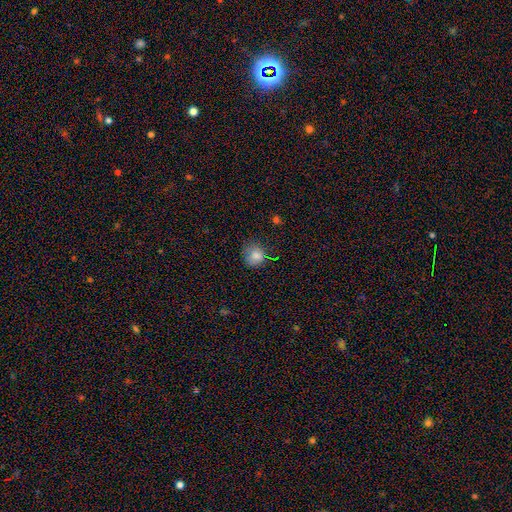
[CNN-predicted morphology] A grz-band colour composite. It shows a smooth galaxy with no disk features (79%) that is round (82%). Merging: none (67%).